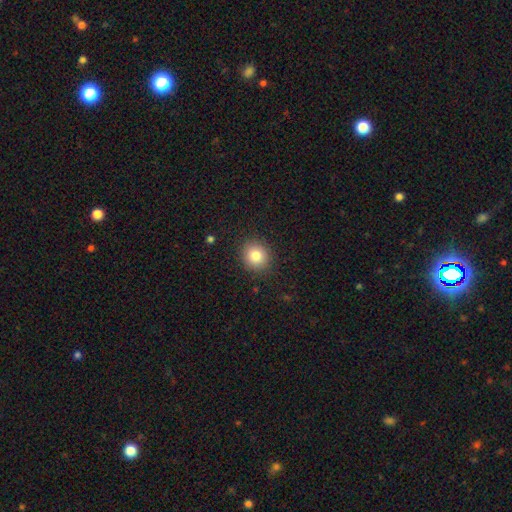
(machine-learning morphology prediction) Q: Smooth or featured?
A: smooth (83%); runner-up: star or artifact (10%)
Q: How rounded?
A: round (85%); runner-up: in between (14%)
Q: Merging?
A: none (89%); runner-up: minor disturbance (7%)